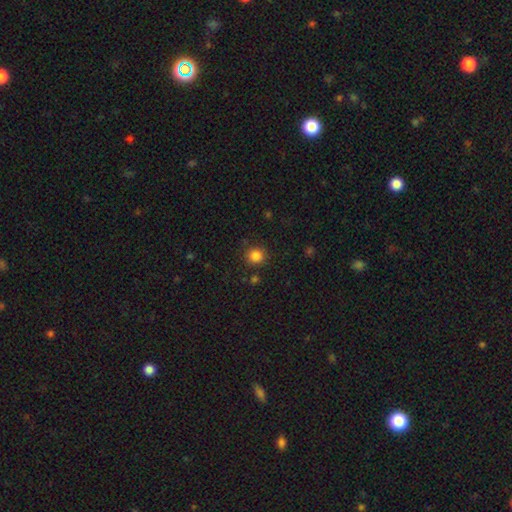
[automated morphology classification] smooth-or-featured: smooth: 84% | star or artifact: 12% | featured or disk: 4%
  how-rounded: round: 90% | in between: 9% | cigar-shaped: 1%
  merging: none: 87% | minor disturbance: 8% | major disturbance: 3% | merger: 3%